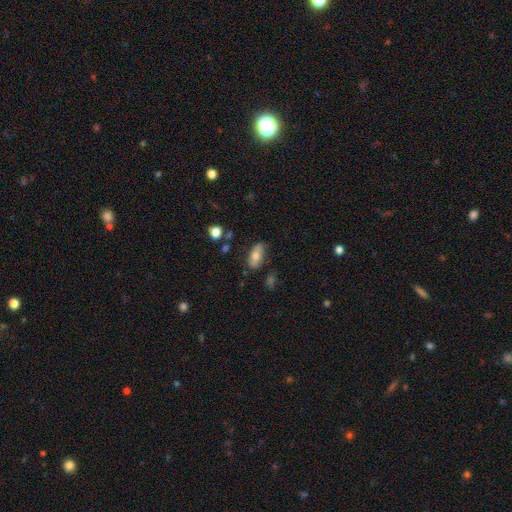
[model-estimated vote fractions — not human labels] Overall: smooth (71%). How rounded: in between (90%). Merging: none (77%).